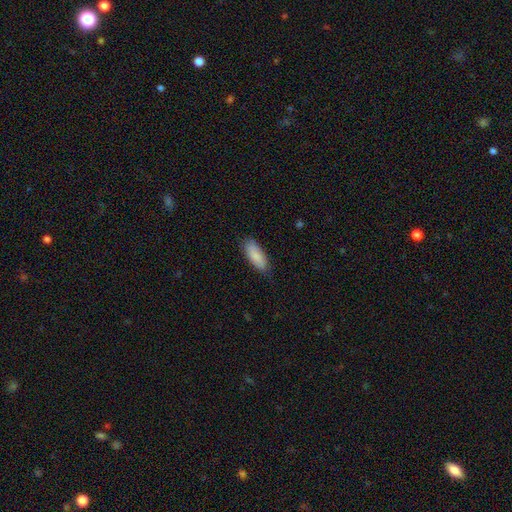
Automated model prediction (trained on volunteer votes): The model was most divided on "how rounded": in between: 79%, cigar-shaped: 20%, round: 2%. More confident: smooth or featured — smooth (85%); merging — none (81%).